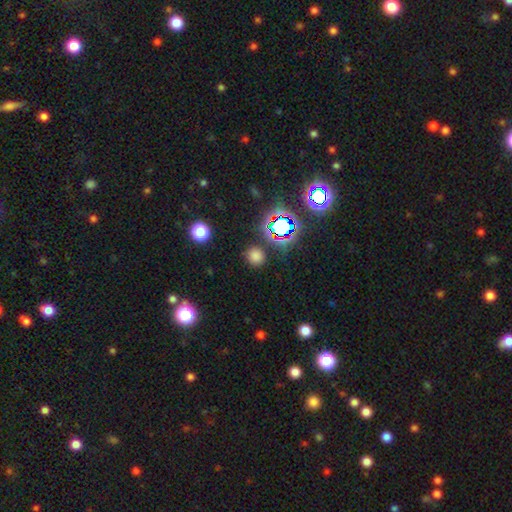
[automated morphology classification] The model was most divided on "smooth or featured": smooth: 69%, star or artifact: 25%, featured or disk: 5%. More confident: merging — none (86%); how rounded — round (84%).